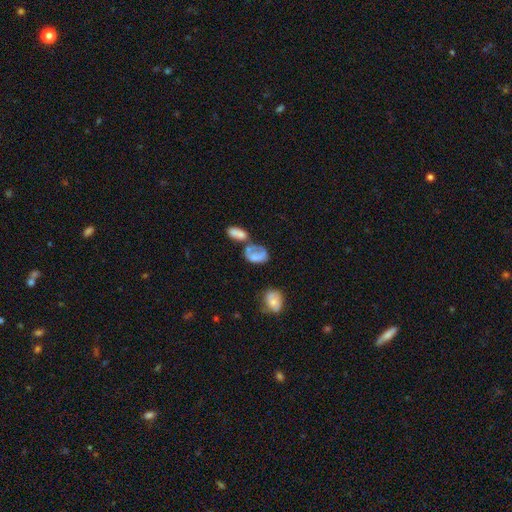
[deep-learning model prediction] smooth-or-featured: smooth: 55% | featured or disk: 33% | star or artifact: 12%
  how-rounded: in between: 81% | round: 17% | cigar-shaped: 2%
  merging: merger: 41% | major disturbance: 22% | none: 20% | minor disturbance: 17%